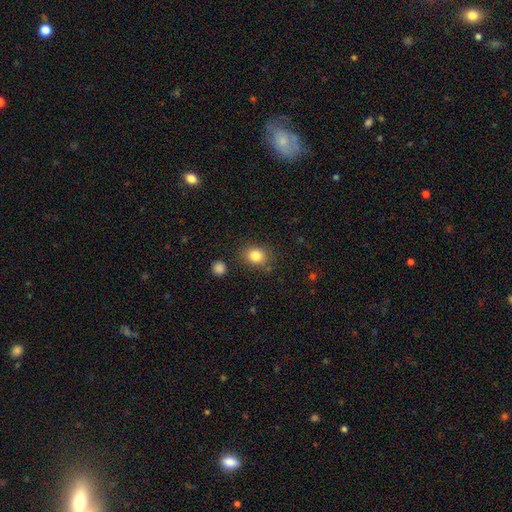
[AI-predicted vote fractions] Smooth or featured?
  - smooth: 84% *
  - star or artifact: 10%
  - featured or disk: 6%
How rounded?
  - round: 58% *
  - in between: 41%
  - cigar-shaped: 1%
Merging?
  - none: 80% *
  - minor disturbance: 13%
  - major disturbance: 4%
  - merger: 4%